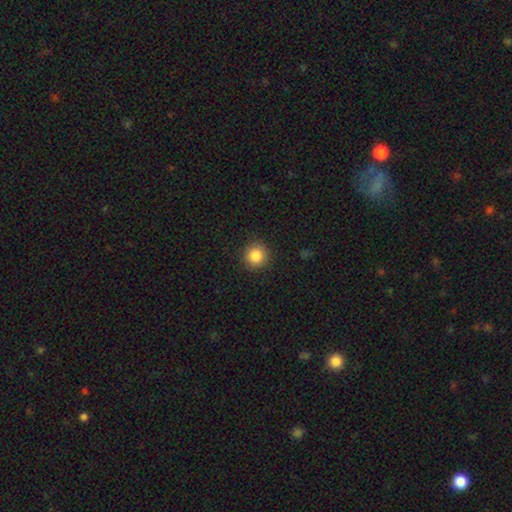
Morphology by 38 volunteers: smooth_or_featured: smooth (p=0.92) [alt: star or artifact p=0.08]
how_rounded: round (p=0.97) [alt: in between p=0.03]
merging: none (p=0.94) [alt: minor disturbance p=0.03]